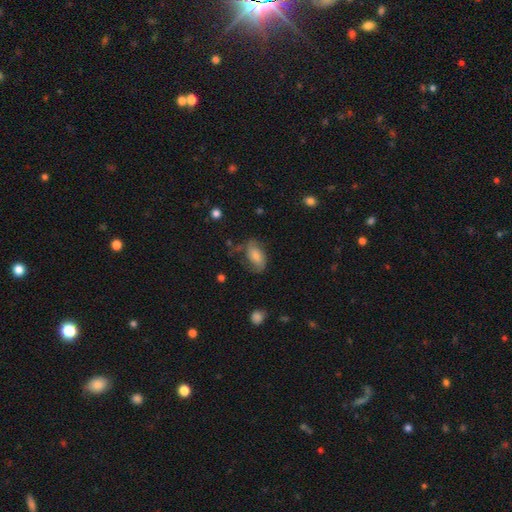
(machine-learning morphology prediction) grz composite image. It shows a smooth galaxy with no disk features (54%) that is in between round and cigar-shaped (90%). Merging: none (52%).